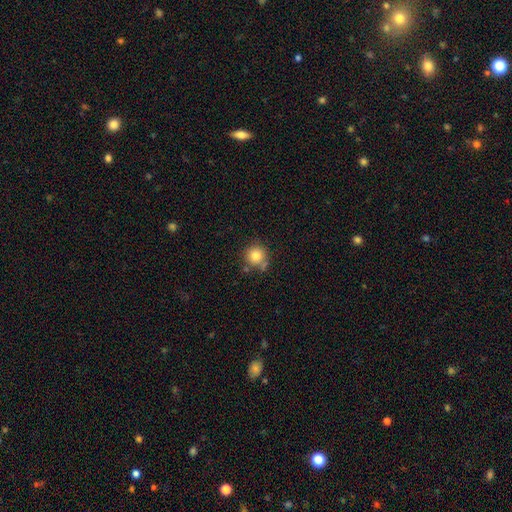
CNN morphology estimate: Overall: smooth (80%). How rounded: round (92%). Merging: none (68%).